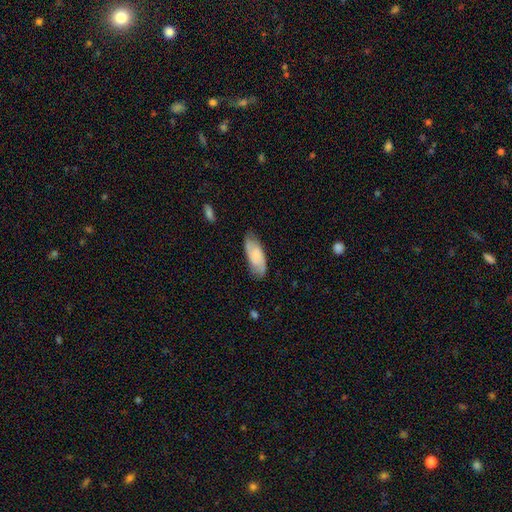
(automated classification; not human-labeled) Morphology: type=smooth (59%); roundness=in between (76%); merging=none (74%).